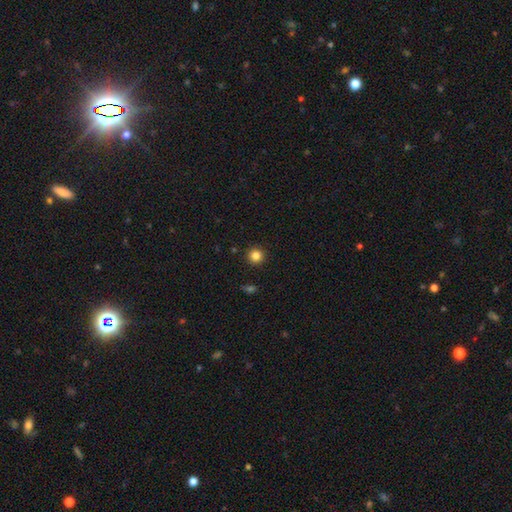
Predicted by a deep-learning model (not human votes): Smooth or featured: smooth — 84% (star or artifact — 12%)
How rounded: round — 95% (in between — 4%)
Merging: none — 93% (minor disturbance — 5%)